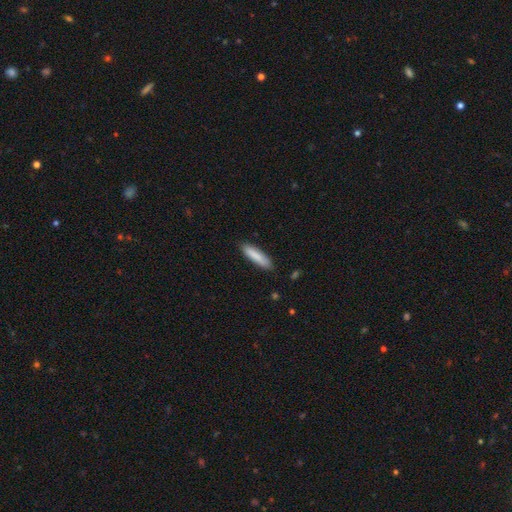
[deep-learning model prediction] A smooth galaxy with no disk features (85%) that is cigar-shaped (76%).

Vote fractions:
- Smooth or featured? smooth: 85% / featured or disk: 10% / star or artifact: 6%
- How rounded? cigar-shaped: 76% / in between: 23% / round: 1%
- Merging? none: 85% / minor disturbance: 11% / major disturbance: 2% / merger: 1%